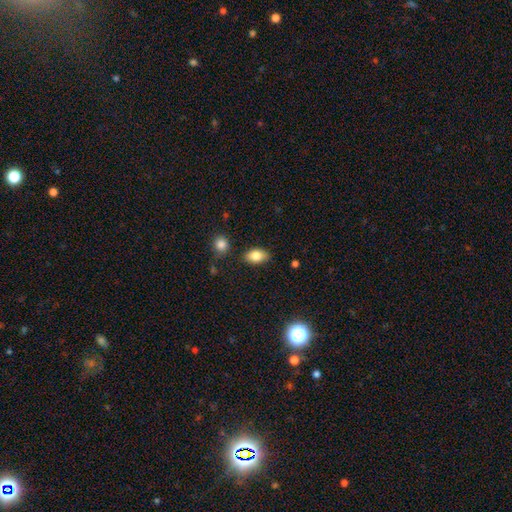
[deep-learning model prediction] Smooth or featured? smooth (83%)
How rounded? in between (89%)
Merging? none (84%)